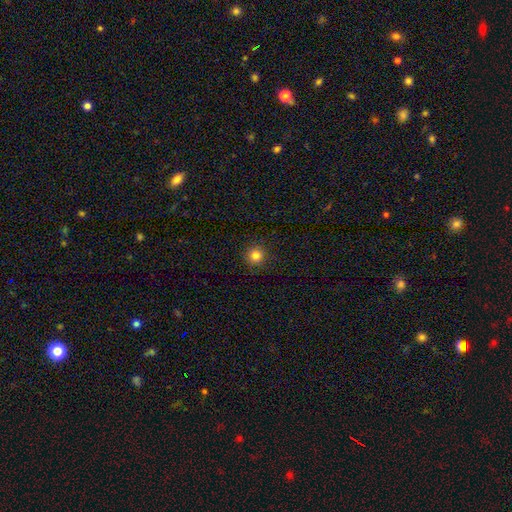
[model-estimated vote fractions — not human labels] The model was most divided on "smooth or featured": smooth: 82%, star or artifact: 13%, featured or disk: 5%. More confident: how rounded — round (95%); merging — none (92%).